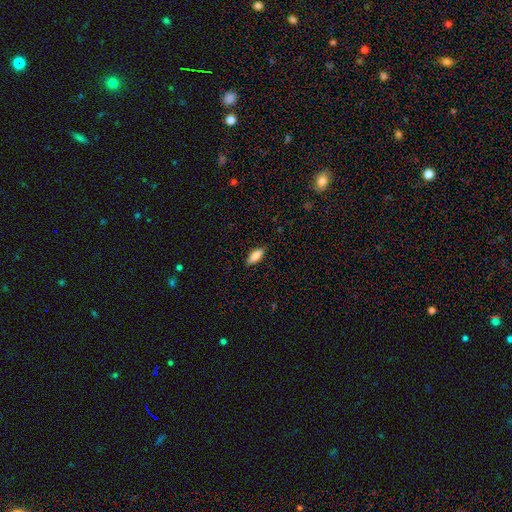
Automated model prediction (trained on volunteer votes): Smooth or featured? Predicted: smooth (p=0.82). How rounded? Predicted: in between (p=0.69). Merging? Predicted: none (p=0.86).